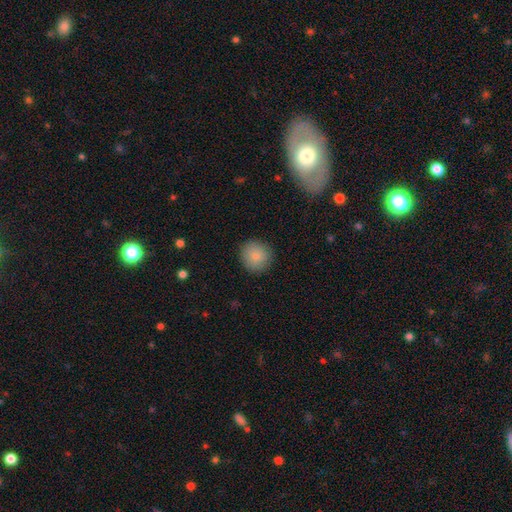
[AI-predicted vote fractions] This appears to be a smooth galaxy with no disk features (85%) that is round (93%). Merging: none (90%).